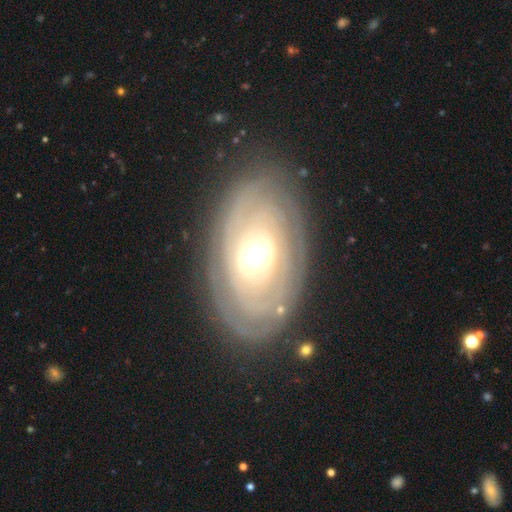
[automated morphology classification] Smooth or featured?
  - featured or disk: 80% *
  - smooth: 15%
  - star or artifact: 5%
Edge-on disk?
  - no: 93% *
  - yes: 7%
Bar?
  - no: 49% *
  - weak: 34%
  - strong: 18%
Spiral arms?
  - yes: 77% *
  - no: 23%
Spiral winding?
  - tight: 80% *
  - medium: 14%
  - loose: 6%
Spiral arm count?
  - can't tell: 54% *
  - 2: 17%
  - 3: 9%
  - more than 4: 8%
  - 4: 7%
  - 1: 5%
Bulge size?
  - moderate: 67% *
  - large: 19%
  - small: 12%
  - dominant: 2%
  - none: 1%
Merging?
  - none: 80% *
  - minor disturbance: 13%
  - major disturbance: 5%
  - merger: 2%